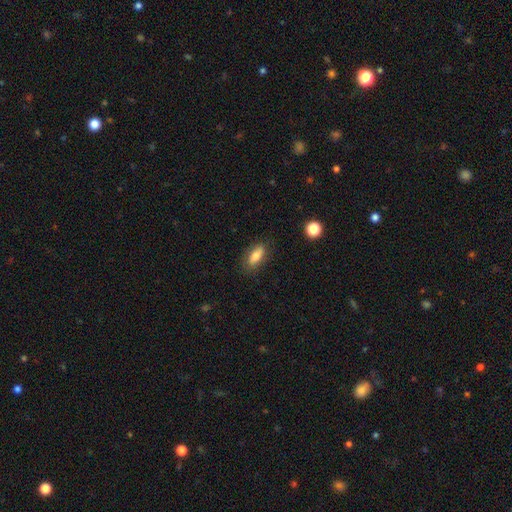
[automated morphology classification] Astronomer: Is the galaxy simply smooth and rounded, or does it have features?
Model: smooth — 74%.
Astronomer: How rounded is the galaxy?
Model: in between — 75%.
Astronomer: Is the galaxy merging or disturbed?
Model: none — 83%.